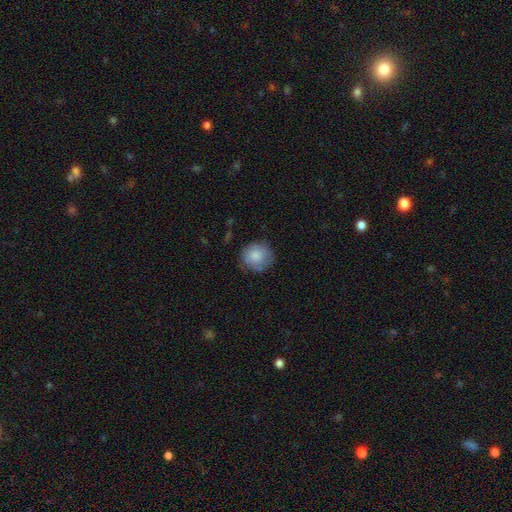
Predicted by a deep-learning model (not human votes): Q: Smooth or featured?
A: smooth (77%); runner-up: featured or disk (17%)
Q: How rounded?
A: round (89%); runner-up: in between (10%)
Q: Merging?
A: none (73%); runner-up: minor disturbance (20%)